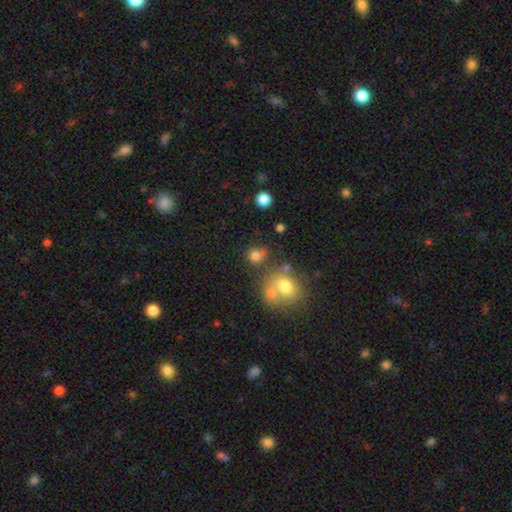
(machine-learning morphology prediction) A smooth galaxy with no disk features (78%) that is round (77%). Merging: none (57%).